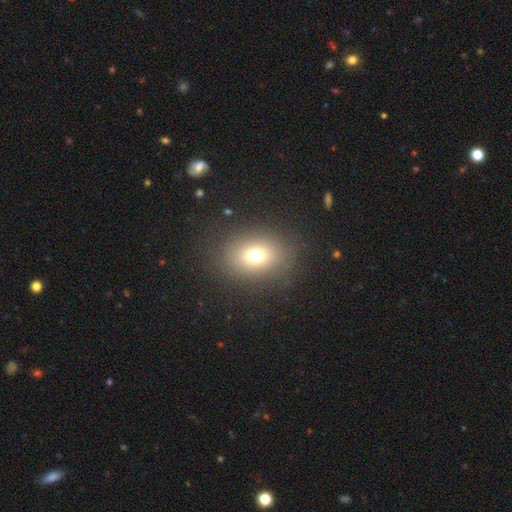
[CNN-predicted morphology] A smooth galaxy with no disk features (71%) that is in between round and cigar-shaped (50%). Merging: none (84%).